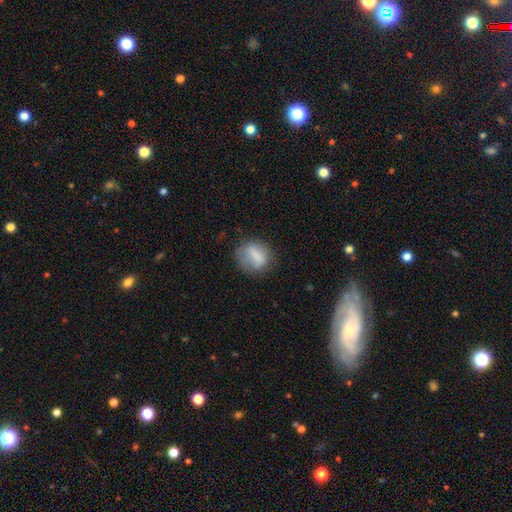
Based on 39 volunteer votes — Volunteers were most divided on "how rounded": in between: 48%, round: 37%, cigar-shaped: 15%. More confident: smooth or featured — smooth (69%); merging — none (51%).